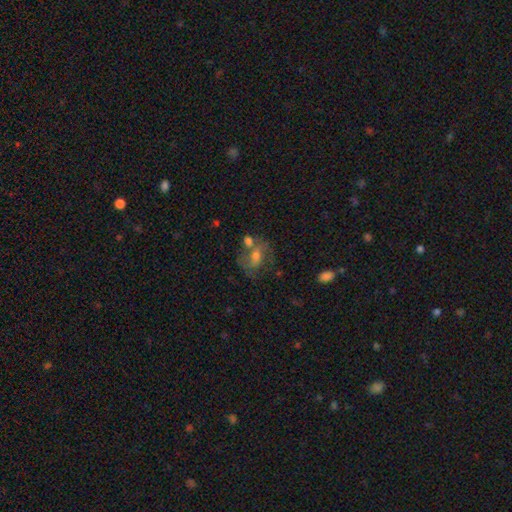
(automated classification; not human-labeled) Smooth or featured: featured or disk — 47% (smooth — 41%)
Merging: none — 44% (merger — 27%)